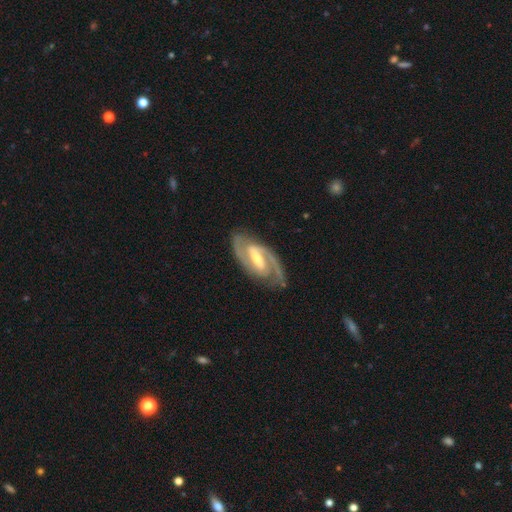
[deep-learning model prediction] smooth-or-featured: featured or disk: 92% | smooth: 4% | star or artifact: 4%
  disk-edge-on: no: 97% | yes: 3%
    bar: strong: 54% | weak: 37% | no: 9%
    has-spiral-arms: yes: 98% | no: 2%
      spiral-winding: medium: 52% | tight: 39% | loose: 9%
      spiral-arm-count: 2: 93% | can't tell: 2% | 3: 1% | 1: 1% | 4: 1% | more than 4: 1%
    bulge-size: moderate: 56% | small: 34% | large: 6% | none: 3% | dominant: 1%
  merging: none: 84% | minor disturbance: 12% | major disturbance: 3% | merger: 1%